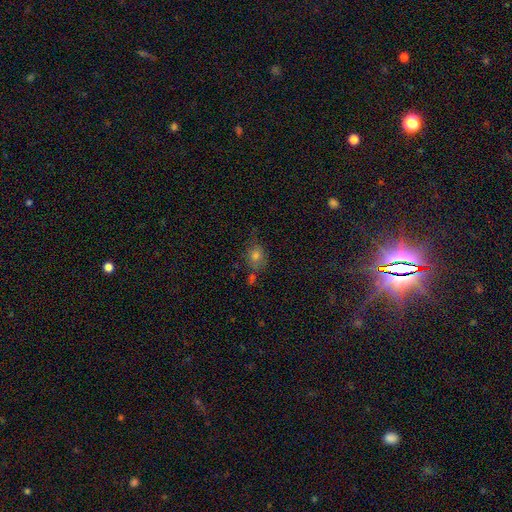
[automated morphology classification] This appears to be a smooth galaxy with no disk features (66%) that is round (61%). Merging: none (62%).